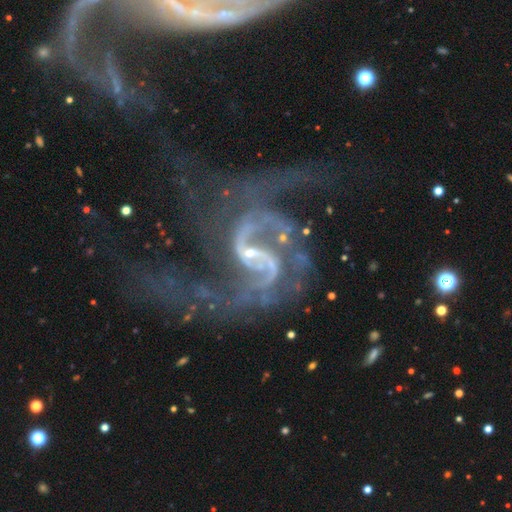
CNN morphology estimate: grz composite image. It shows a featured or disk galaxy (92%) with a weak bar (49%), 2 (77%) medium (46%) spiral arms (97%) and a small central bulge (73%). Merging: major disturbance (43%).